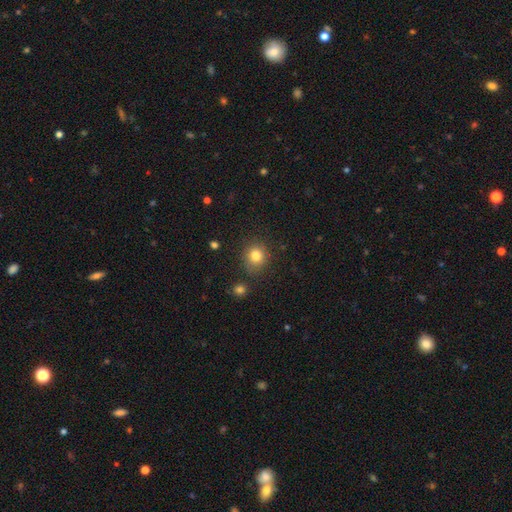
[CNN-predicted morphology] type=smooth (82%); roundness=round (79%); merging=none (80%).